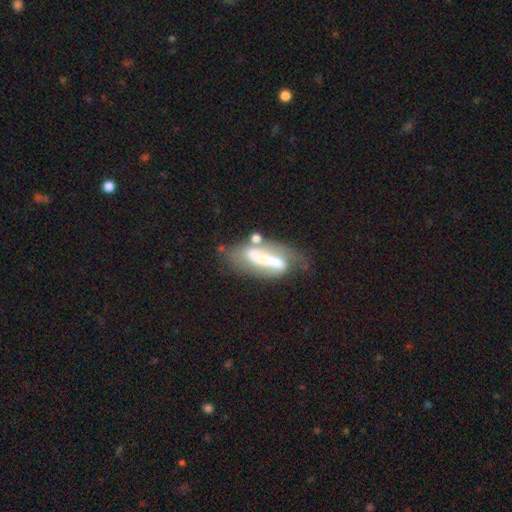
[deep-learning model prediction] smooth_or_featured: featured or disk (p=0.64) [alt: smooth p=0.28]
disk_edge_on: no (p=0.84) [alt: yes p=0.16]
bar: strong (p=0.58) [alt: weak p=0.22]
has_spiral_arms: yes (p=0.67) [alt: no p=0.33]
bulge_size: small (p=0.29) [alt: moderate p=0.28]
merging: none (p=0.45) [alt: minor disturbance p=0.23]